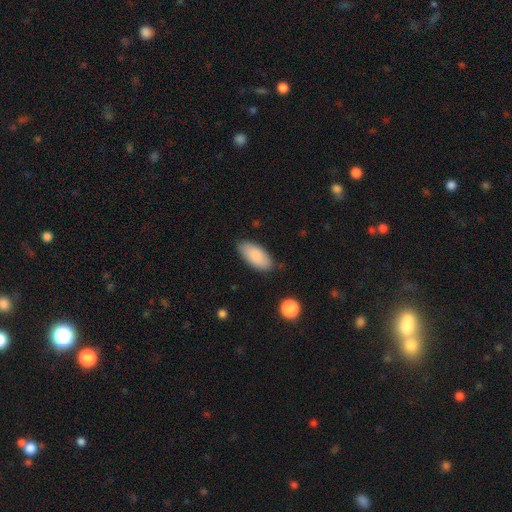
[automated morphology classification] Smooth or featured? Predicted: smooth (p=0.86). How rounded? Predicted: in between (p=0.90). Merging? Predicted: none (p=0.81).